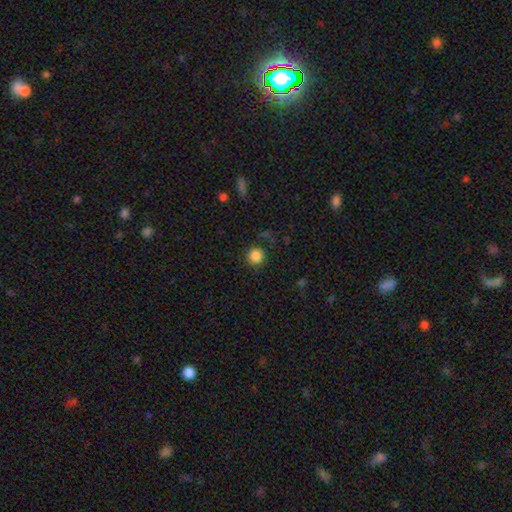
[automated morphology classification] This is clearly a smooth galaxy (85%). How rounded: clearly round (94%). Merging: clearly none (86%).